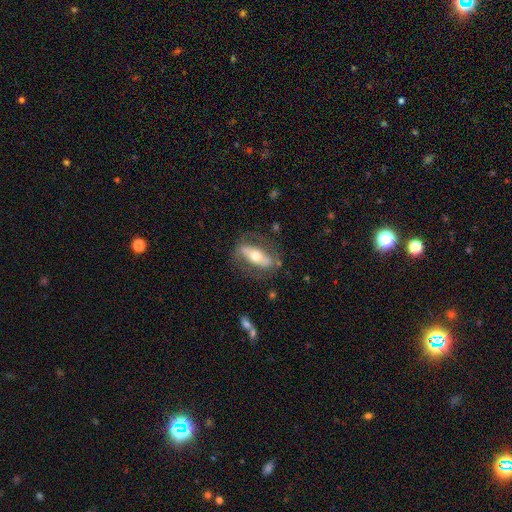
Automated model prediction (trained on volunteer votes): Smooth or featured? featured or disk (57%)
Edge-on disk? no (70%)
Merging? none (73%)